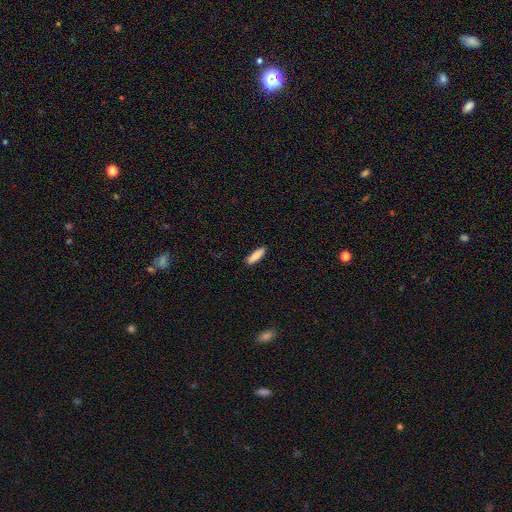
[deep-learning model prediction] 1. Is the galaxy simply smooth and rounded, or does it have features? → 87% smooth, 7% featured or disk, 6% star or artifact.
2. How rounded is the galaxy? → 62% cigar-shaped, 36% in between, 2% round.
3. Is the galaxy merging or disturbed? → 88% none, 9% minor disturbance, 2% major disturbance, 1% merger.